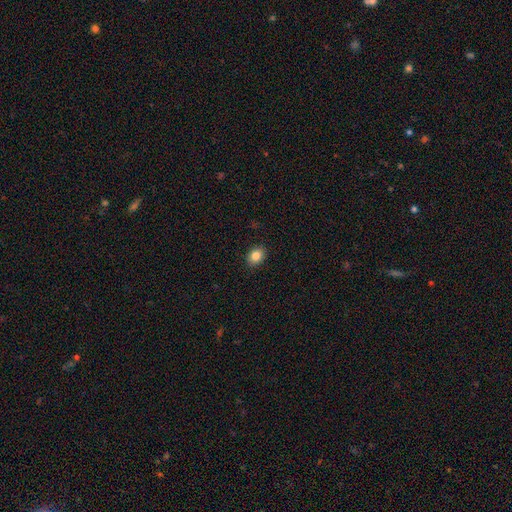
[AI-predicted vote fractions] Smooth or featured?
  - smooth: 85% *
  - star or artifact: 9%
  - featured or disk: 5%
How rounded?
  - in between: 61% *
  - round: 38%
  - cigar-shaped: 1%
Merging?
  - none: 89% *
  - minor disturbance: 8%
  - major disturbance: 2%
  - merger: 1%